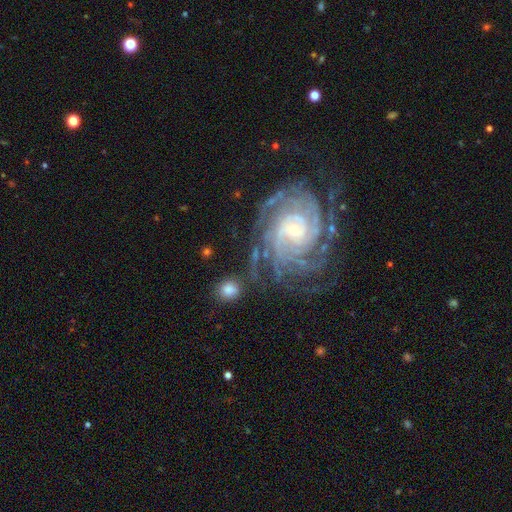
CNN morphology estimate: This is clearly a featured or disk galaxy (88%). It is clearly not viewed edge-on (97%). Bar: likely no (65%). Spiral arm pattern: clearly yes (98%). Spiral arm count: marginally 4 (25%). Spiral winding: likely tight (76%). Central bulge: likely small (74%). Merging: likely none (68%).